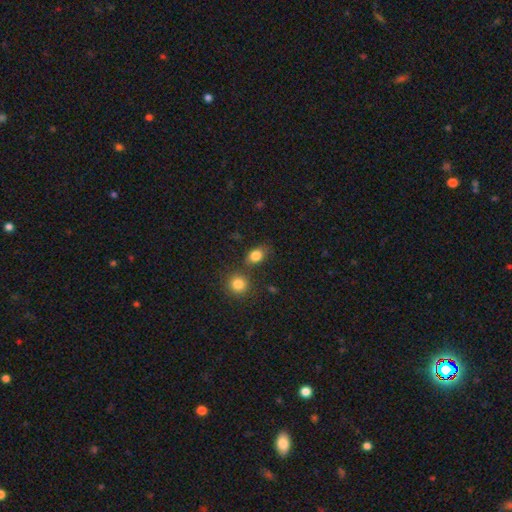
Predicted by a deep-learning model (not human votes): Smooth or featured? smooth (83%)
How rounded? in between (70%)
Merging? none (68%)